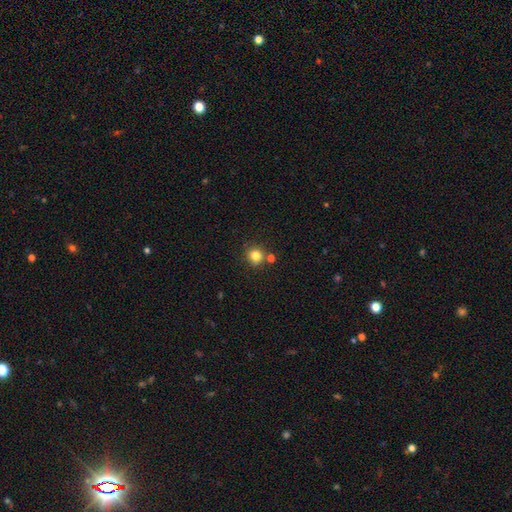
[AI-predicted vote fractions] Q: Smooth or featured?
A: smooth (82%); runner-up: star or artifact (12%)
Q: How rounded?
A: round (88%); runner-up: in between (11%)
Q: Merging?
A: none (76%); runner-up: merger (12%)